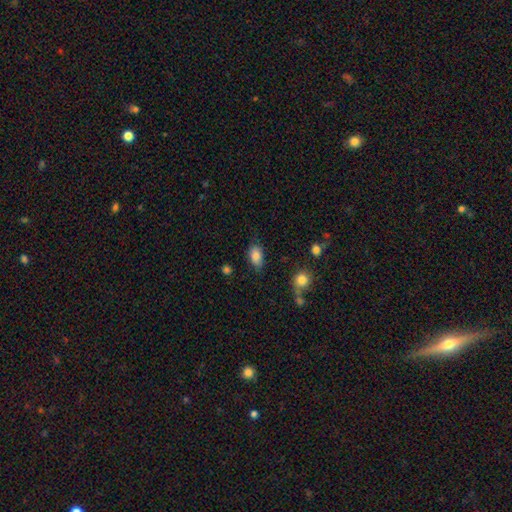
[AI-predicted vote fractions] Smooth or featured: smooth — 85% (star or artifact — 8%)
How rounded: in between — 88% (round — 10%)
Merging: none — 75% (minor disturbance — 18%)